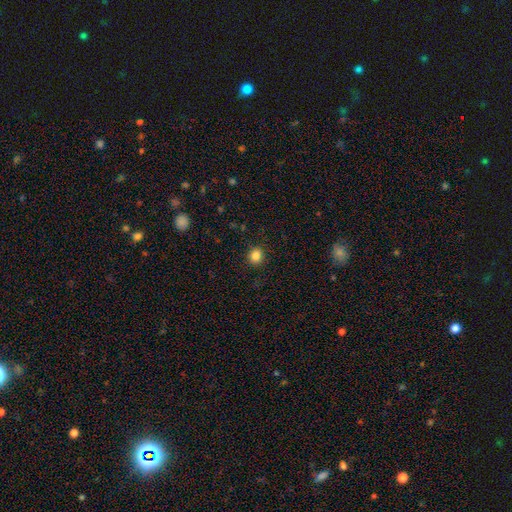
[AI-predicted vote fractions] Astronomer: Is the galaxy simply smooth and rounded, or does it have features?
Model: smooth — 85%.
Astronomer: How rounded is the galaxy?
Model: round — 72%.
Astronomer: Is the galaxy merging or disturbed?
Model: none — 89%.